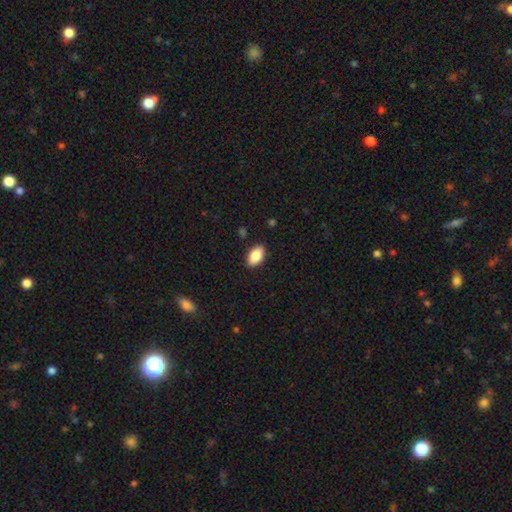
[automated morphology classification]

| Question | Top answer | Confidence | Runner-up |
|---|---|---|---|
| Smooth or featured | smooth | 87% | star or artifact (7%) |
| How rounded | in between | 94% | round (4%) |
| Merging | none | 89% | minor disturbance (8%) |